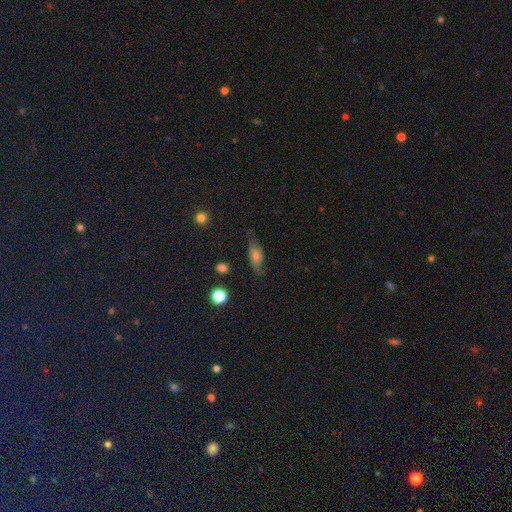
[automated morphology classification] type=smooth (46%); merging=none (66%).